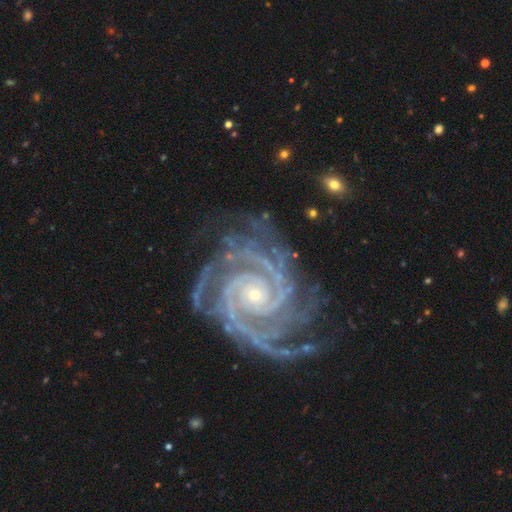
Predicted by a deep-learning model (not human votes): Smooth or featured? featured or disk (94%)
Edge-on disk? no (98%)
Bar? no (67%)
Spiral arms? yes (99%)
Spiral winding? tight (79%)
Spiral arm count? 2 (30%)
Bulge size? small (73%)
Merging? none (73%)